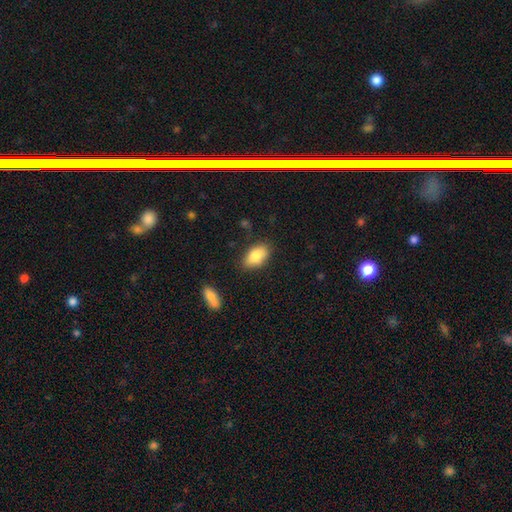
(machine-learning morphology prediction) A smooth galaxy with no disk features (83%) that is in between round and cigar-shaped (91%). Merging: none (78%).